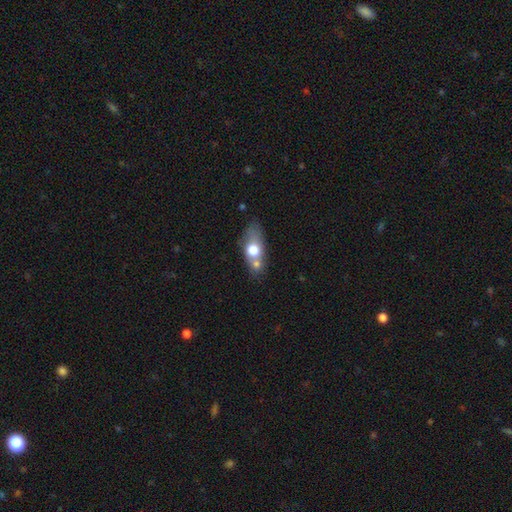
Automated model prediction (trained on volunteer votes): Smooth or featured? Predicted: smooth (p=0.60). How rounded? Predicted: in between (p=0.66). Merging? Predicted: none (p=0.52).